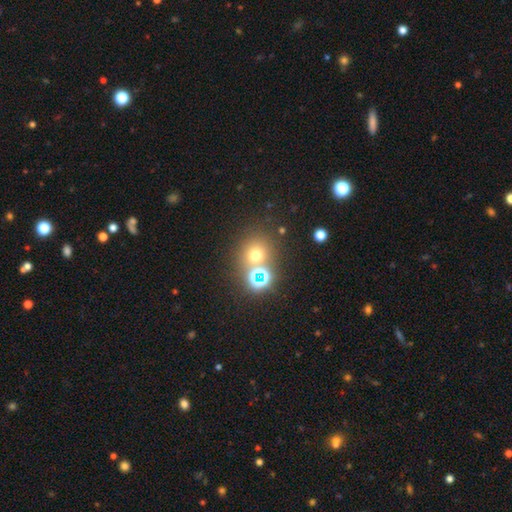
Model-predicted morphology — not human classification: Smooth or featured: smooth — 60% (star or artifact — 30%)
How rounded: round — 87% (in between — 12%)
Merging: none — 70% (merger — 18%)